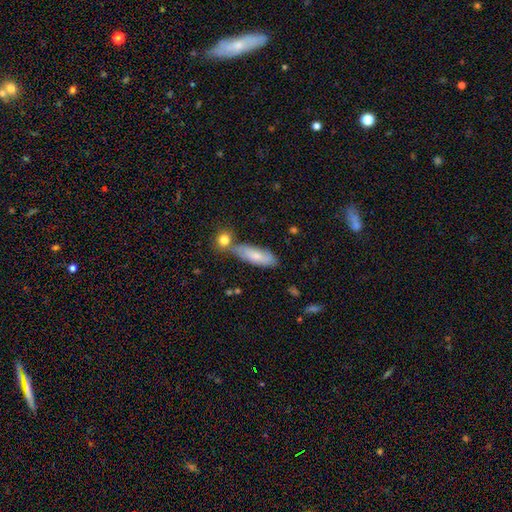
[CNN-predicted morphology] This is likely a smooth galaxy (68%). How rounded: possibly in between (56%). Merging: likely none (60%).